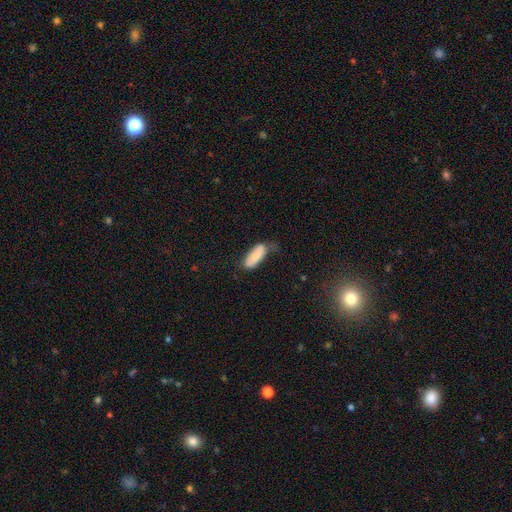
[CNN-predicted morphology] Q: Smooth or featured?
A: smooth (76%); runner-up: featured or disk (18%)
Q: How rounded?
A: in between (77%); runner-up: cigar-shaped (21%)
Q: Merging?
A: none (49%); runner-up: minor disturbance (35%)